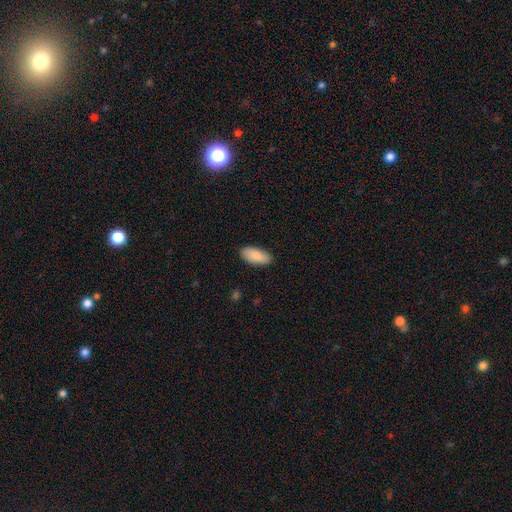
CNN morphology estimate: Smooth or featured: smooth — 89% (featured or disk — 6%)
How rounded: in between — 90% (cigar-shaped — 8%)
Merging: none — 87% (minor disturbance — 10%)